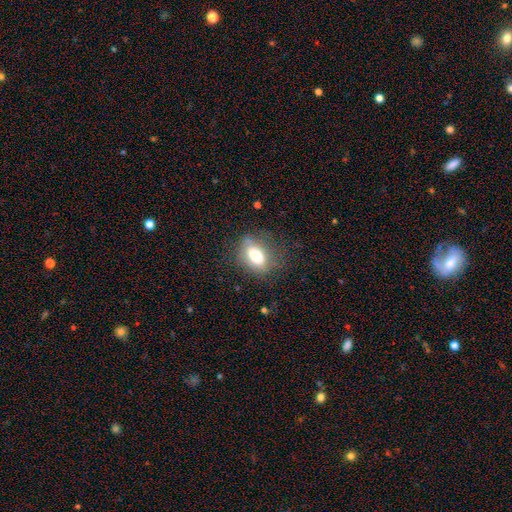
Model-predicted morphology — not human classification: Q: Smooth or featured?
A: smooth (71%); runner-up: featured or disk (20%)
Q: How rounded?
A: in between (80%); runner-up: round (15%)
Q: Merging?
A: none (65%); runner-up: minor disturbance (22%)